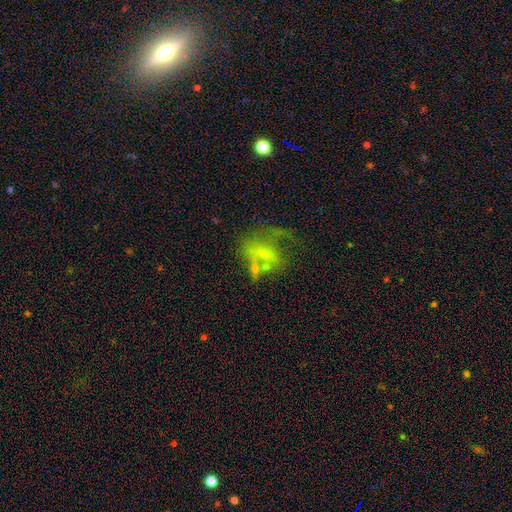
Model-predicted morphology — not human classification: Smooth or featured: featured or disk — 44% (smooth — 33%)
Merging: major disturbance — 36% (none — 33%)